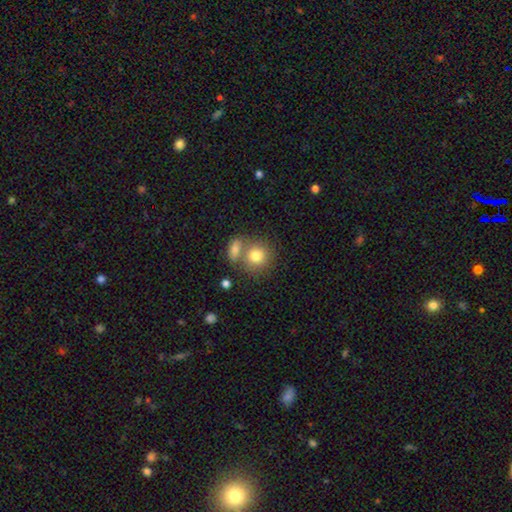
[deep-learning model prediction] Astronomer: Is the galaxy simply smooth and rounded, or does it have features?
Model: smooth — 79%.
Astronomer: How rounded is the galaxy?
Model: round — 80%.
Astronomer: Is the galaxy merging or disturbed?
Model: none — 49% (runner-up: merger, 38%).